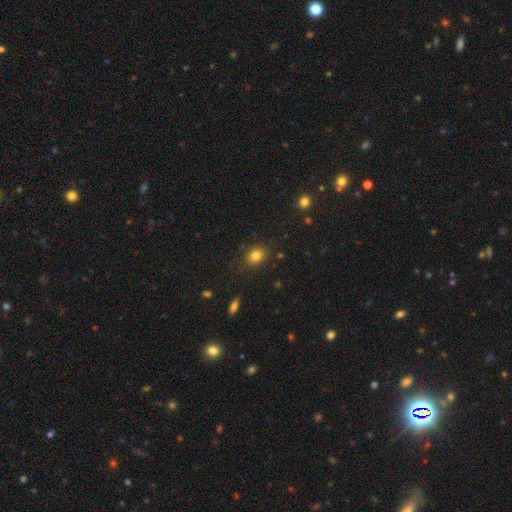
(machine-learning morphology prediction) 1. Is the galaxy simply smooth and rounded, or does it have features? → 81% smooth, 12% star or artifact, 7% featured or disk.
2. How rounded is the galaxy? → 50% in between, 49% round, 1% cigar-shaped.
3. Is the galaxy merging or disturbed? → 82% none, 13% minor disturbance, 4% major disturbance, 2% merger.